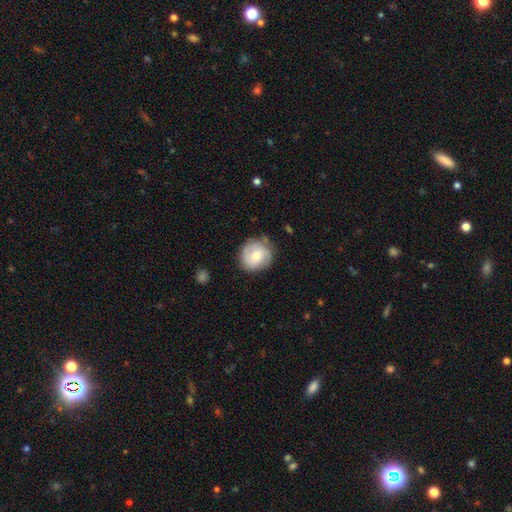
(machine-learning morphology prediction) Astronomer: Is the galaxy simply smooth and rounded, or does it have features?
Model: smooth — 48% (runner-up: featured or disk, 45%).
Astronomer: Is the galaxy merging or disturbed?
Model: none — 75%.